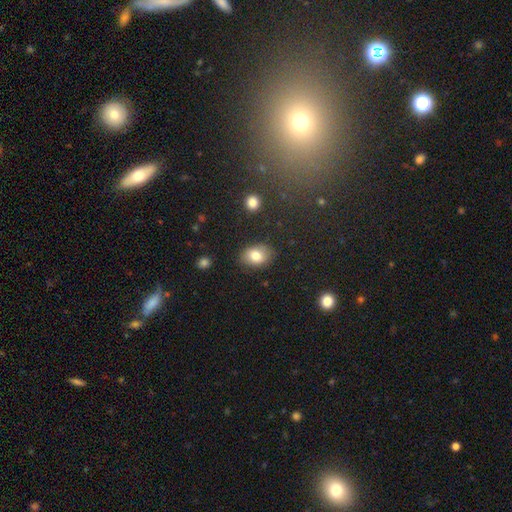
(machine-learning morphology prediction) Smooth or featured: smooth — 81% (featured or disk — 11%)
How rounded: in between — 76% (round — 23%)
Merging: none — 81% (minor disturbance — 14%)